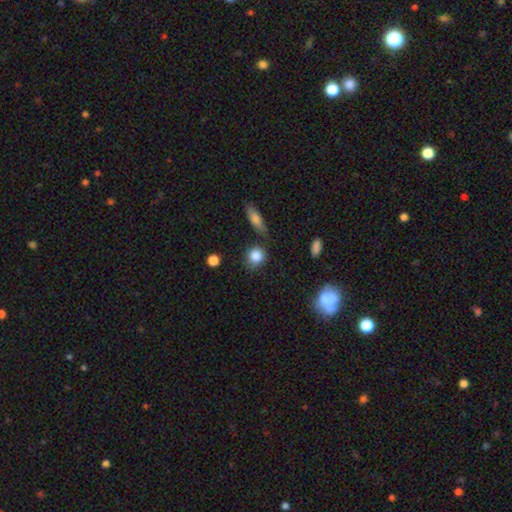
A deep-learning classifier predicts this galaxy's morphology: This appears to be a smooth galaxy with no disk features (86%) that is round (80%). Merging: none (76%).